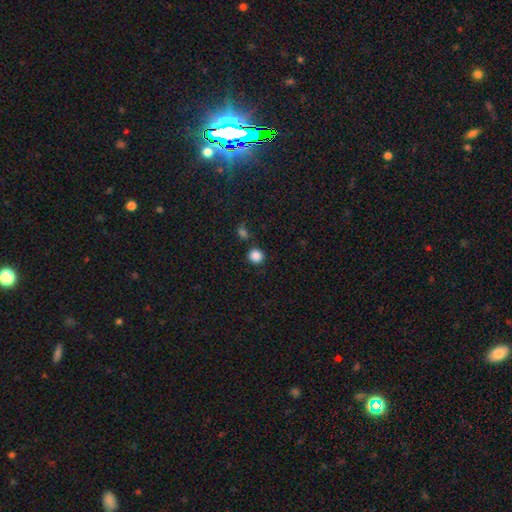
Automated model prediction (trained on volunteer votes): smooth 86%, star or artifact 11%, featured or disk 3%. Down the decision tree: how rounded — round (92%); merging — none (84%).